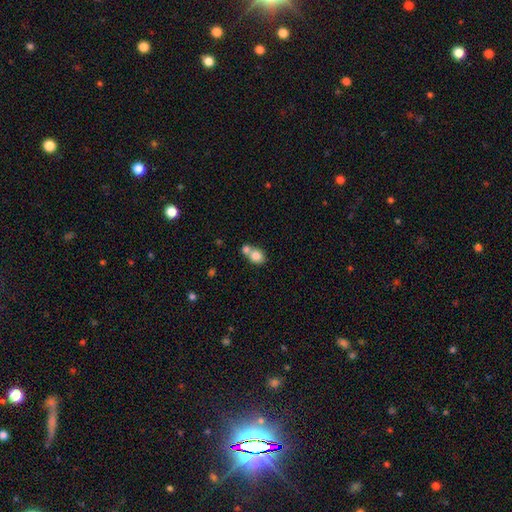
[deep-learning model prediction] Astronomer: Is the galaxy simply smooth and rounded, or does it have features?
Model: smooth — 81%.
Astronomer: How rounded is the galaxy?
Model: round — 62% (runner-up: in between, 37%).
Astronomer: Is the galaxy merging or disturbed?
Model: merger — 56% (runner-up: none, 34%).